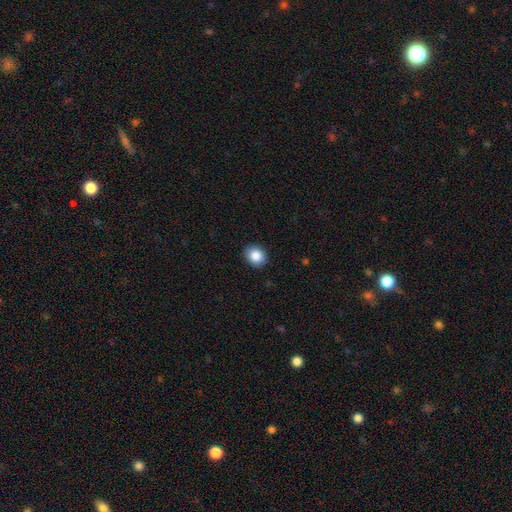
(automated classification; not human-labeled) Overall: smooth (86%). How rounded: round (61%; in between 38%). Merging: none (89%).